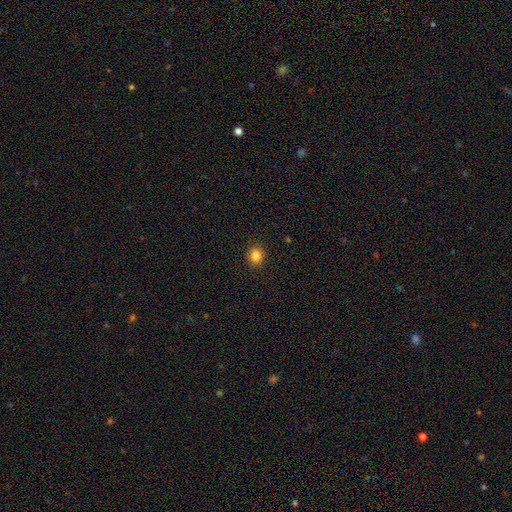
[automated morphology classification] Smooth or featured? smooth (84%)
How rounded? round (72%)
Merging? none (91%)